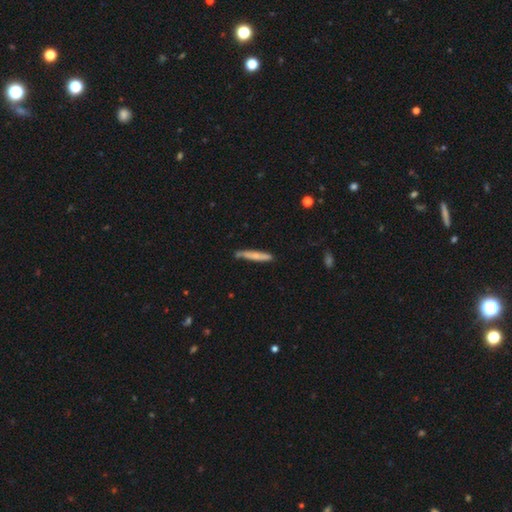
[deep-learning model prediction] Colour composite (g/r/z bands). It shows a smooth galaxy with no disk features (68%) that is cigar-shaped (94%). Merging: none (77%).